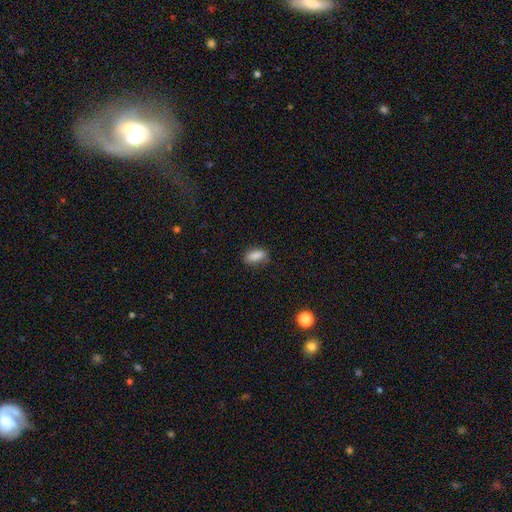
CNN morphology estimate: This appears to be a smooth galaxy with no disk features (85%) that is in between round and cigar-shaped (82%). Merging: none (78%).